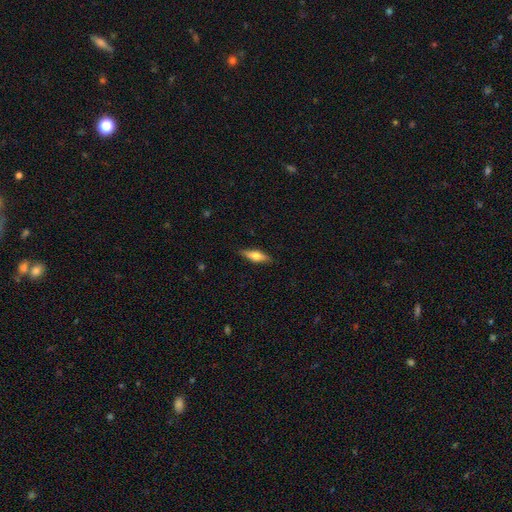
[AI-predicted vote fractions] Morphology: type=smooth (56%); roundness=cigar-shaped (56%); merging=none (87%).